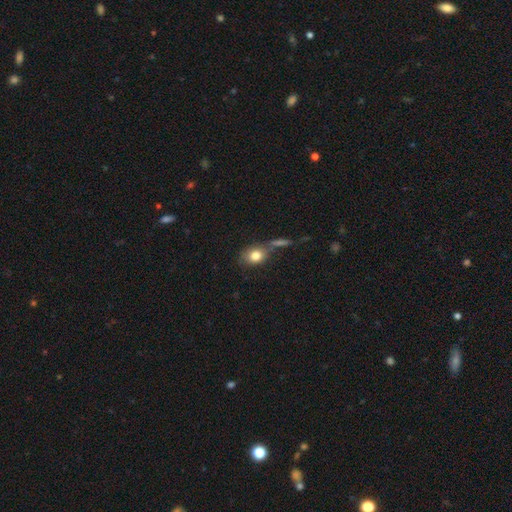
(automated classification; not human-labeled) Smooth or featured? smooth (80%)
How rounded? in between (63%)
Merging? none (56%)